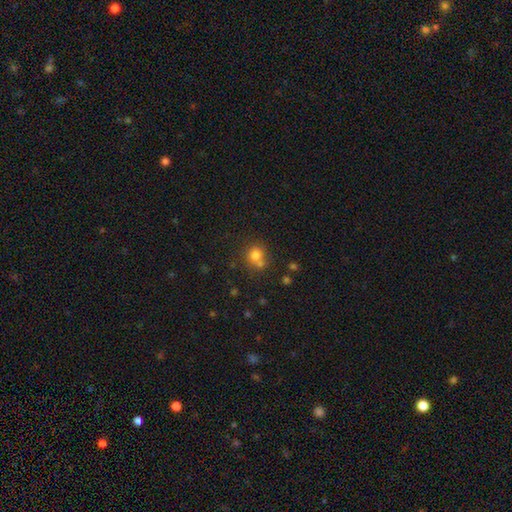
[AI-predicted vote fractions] Smooth or featured? smooth (76%)
How rounded? round (83%)
Merging? none (52%)